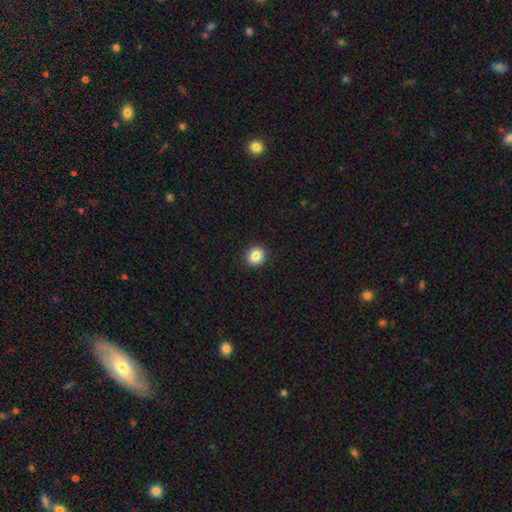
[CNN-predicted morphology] A smooth galaxy with no disk features (86%) that is round (80%). Merging: none (93%).